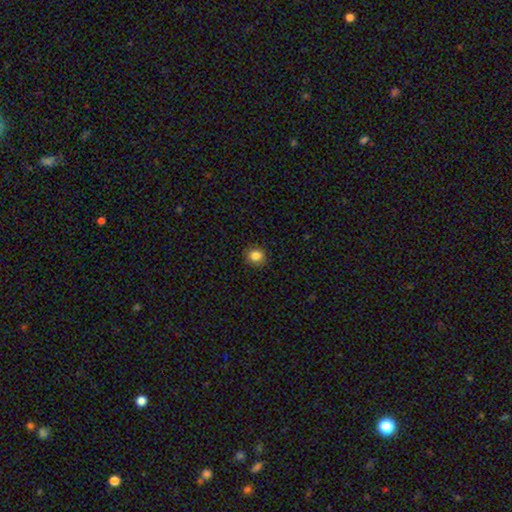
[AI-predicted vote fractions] This is clearly a smooth galaxy (84%). How rounded: clearly round (80%). Merging: clearly none (89%).